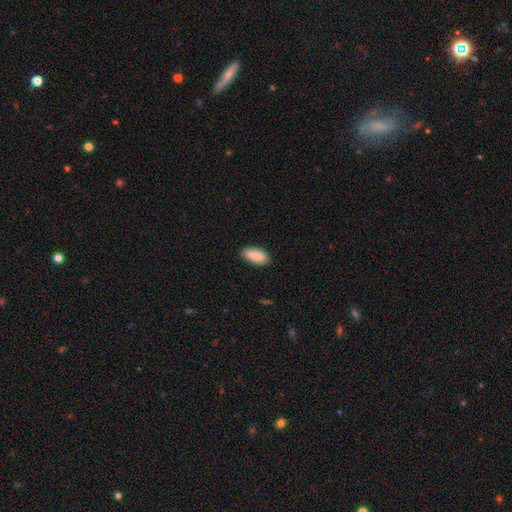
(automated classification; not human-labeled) Morphology: type=smooth (89%); roundness=in between (91%); merging=none (85%).